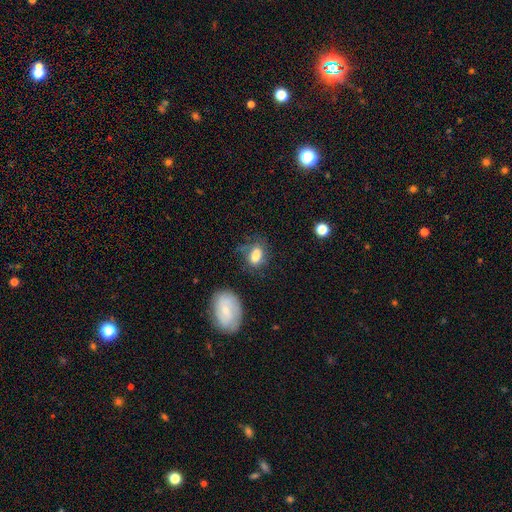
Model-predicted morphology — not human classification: Smooth or featured? smooth (78%)
How rounded? in between (80%)
Merging? none (55%)